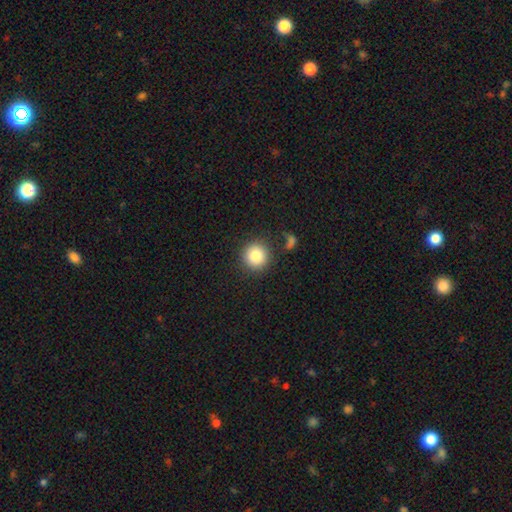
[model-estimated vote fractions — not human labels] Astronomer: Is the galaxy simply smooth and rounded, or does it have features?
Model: smooth — 83%.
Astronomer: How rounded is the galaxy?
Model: round — 94%.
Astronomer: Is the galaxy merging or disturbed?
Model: none — 83%.